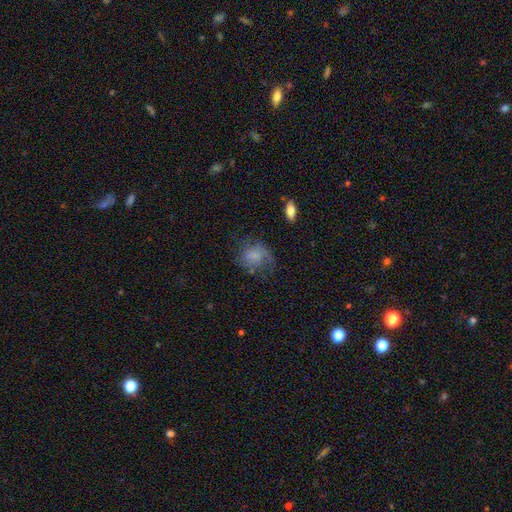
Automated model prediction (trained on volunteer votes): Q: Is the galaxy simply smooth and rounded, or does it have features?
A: smooth — 57%.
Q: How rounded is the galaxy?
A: in between — 50%.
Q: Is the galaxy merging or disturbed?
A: none — 45%.